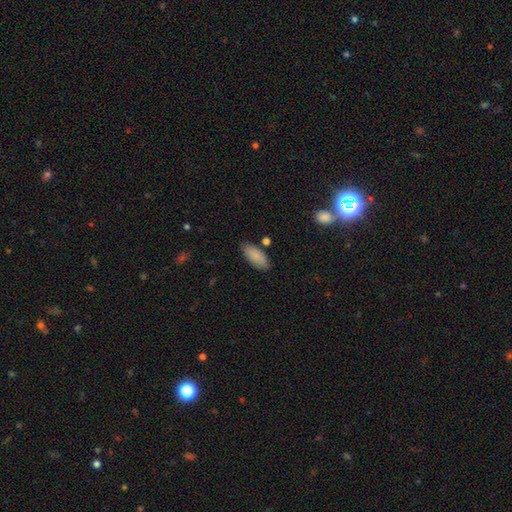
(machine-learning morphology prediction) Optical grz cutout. It shows a smooth galaxy with no disk features (87%) that is in between round and cigar-shaped (86%). Merging: none (81%).